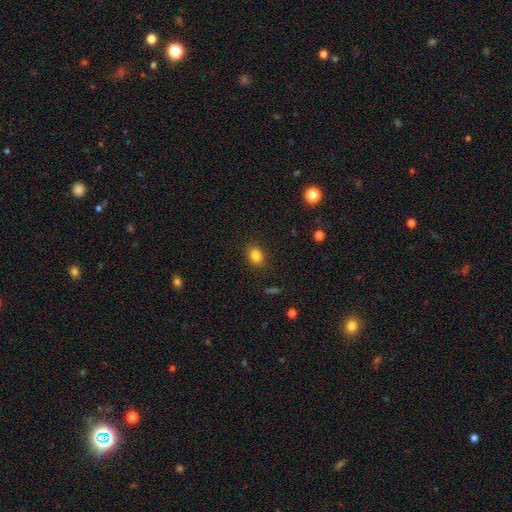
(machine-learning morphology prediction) smooth_or_featured: smooth (p=0.83) [alt: star or artifact p=0.11]
how_rounded: in between (p=0.58) [alt: round p=0.41]
merging: none (p=0.88) [alt: minor disturbance p=0.09]